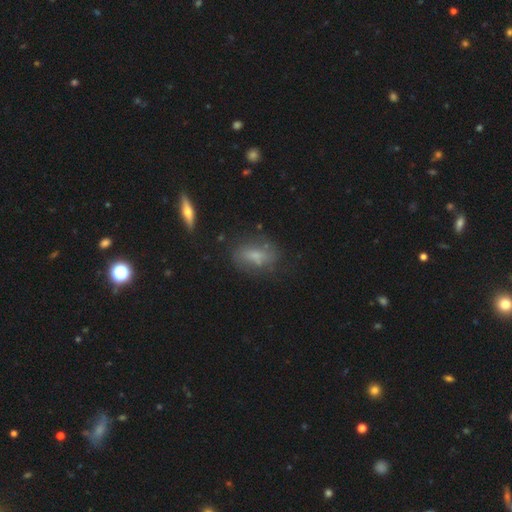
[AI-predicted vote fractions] Morphology: type=smooth (57%); roundness=in between (78%); merging=none (66%).